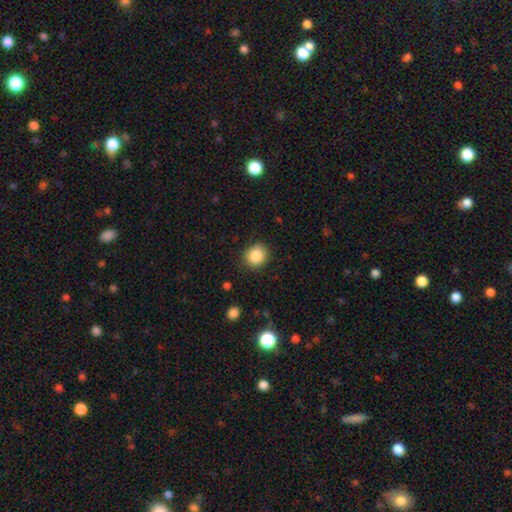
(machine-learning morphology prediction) Smooth or featured: smooth — 86% (star or artifact — 9%)
How rounded: round — 78% (in between — 21%)
Merging: none — 85% (minor disturbance — 11%)